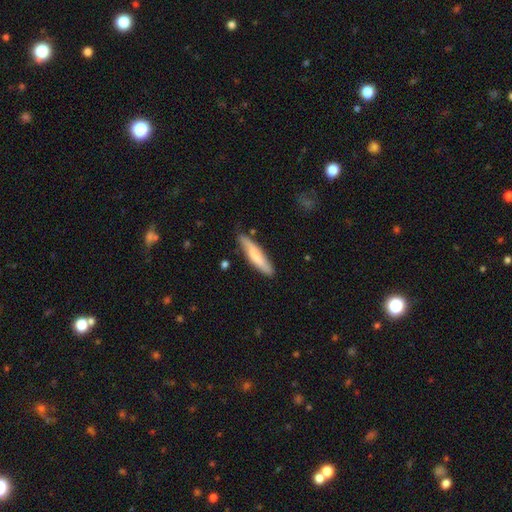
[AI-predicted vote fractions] This is likely a smooth galaxy (69%). How rounded: clearly cigar-shaped (83%). Merging: likely none (79%).